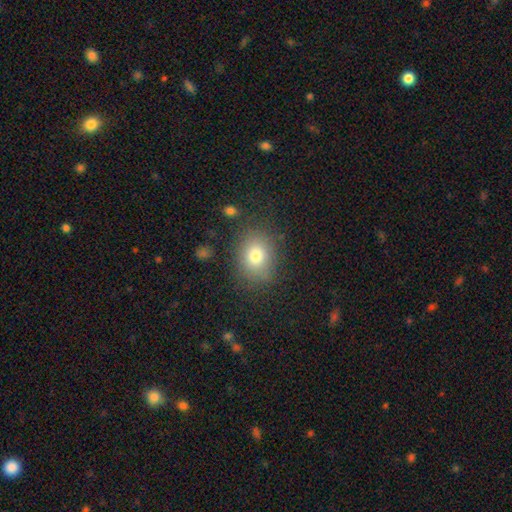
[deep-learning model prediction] smooth-or-featured: smooth: 78% | star or artifact: 11% | featured or disk: 11%
  how-rounded: round: 52% | in between: 47% | cigar-shaped: 1%
  merging: none: 81% | minor disturbance: 12% | major disturbance: 5% | merger: 2%